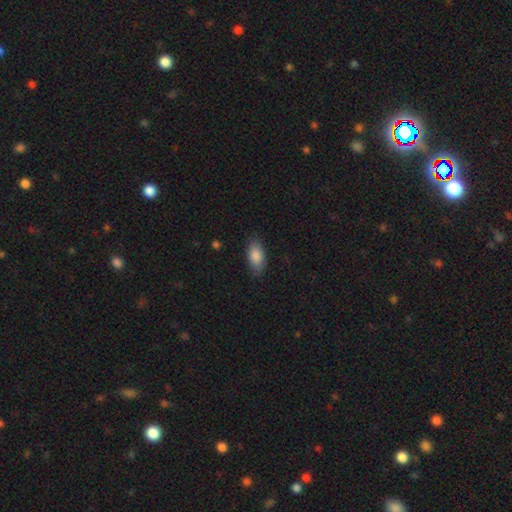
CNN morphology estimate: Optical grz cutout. It shows a smooth galaxy with no disk features (86%) that is in between round and cigar-shaped (89%). Merging: none (83%).